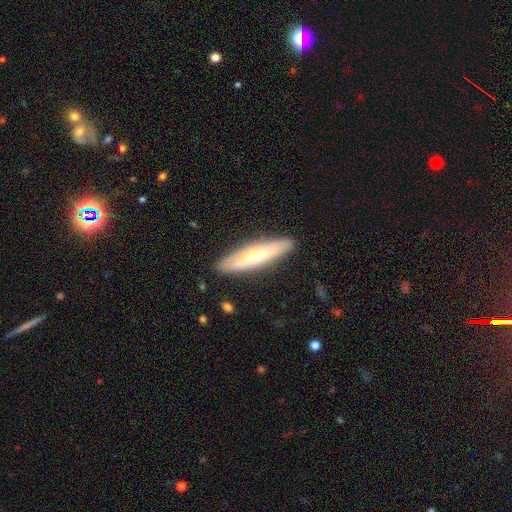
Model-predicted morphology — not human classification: Q: Smooth or featured?
A: smooth (51%); runner-up: featured or disk (40%)
Q: How rounded?
A: cigar-shaped (83%); runner-up: in between (15%)
Q: Merging?
A: none (88%); runner-up: minor disturbance (9%)